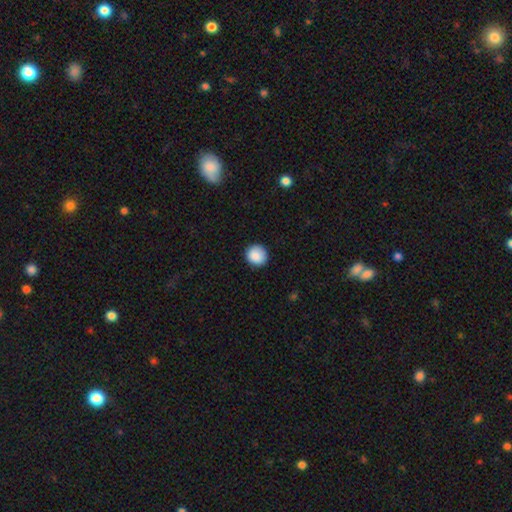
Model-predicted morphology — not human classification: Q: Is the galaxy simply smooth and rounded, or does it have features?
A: smooth — 89%.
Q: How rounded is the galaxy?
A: round — 91%.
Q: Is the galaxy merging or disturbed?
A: none — 89%.